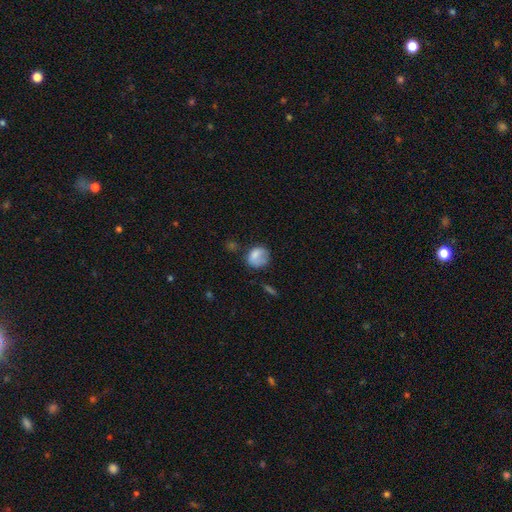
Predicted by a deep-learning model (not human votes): smooth-or-featured: smooth: 75% | featured or disk: 16% | star or artifact: 9%
  how-rounded: round: 58% | in between: 41% | cigar-shaped: 1%
  merging: none: 45% | minor disturbance: 30% | major disturbance: 20% | merger: 5%